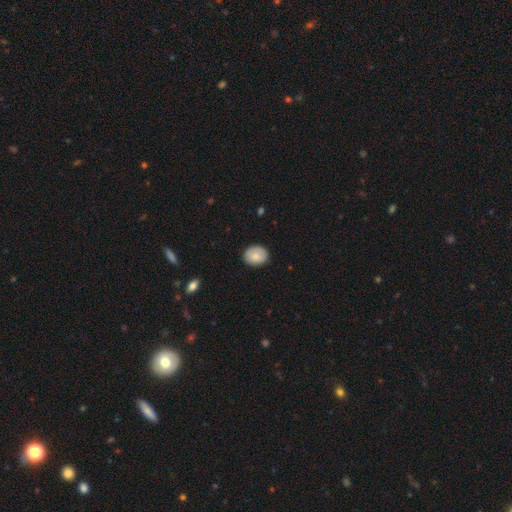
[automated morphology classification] Q: Smooth or featured?
A: smooth (81%); runner-up: featured or disk (11%)
Q: How rounded?
A: in between (54%); runner-up: round (45%)
Q: Merging?
A: none (85%); runner-up: minor disturbance (11%)